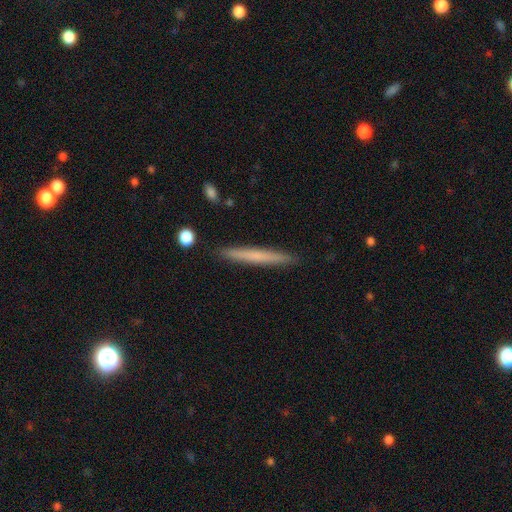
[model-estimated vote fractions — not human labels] Smooth or featured?
  - smooth: 62% *
  - featured or disk: 32%
  - star or artifact: 6%
How rounded?
  - cigar-shaped: 97% *
  - in between: 2%
  - round: 1%
Merging?
  - none: 92% *
  - minor disturbance: 6%
  - merger: 1%
  - major disturbance: 1%